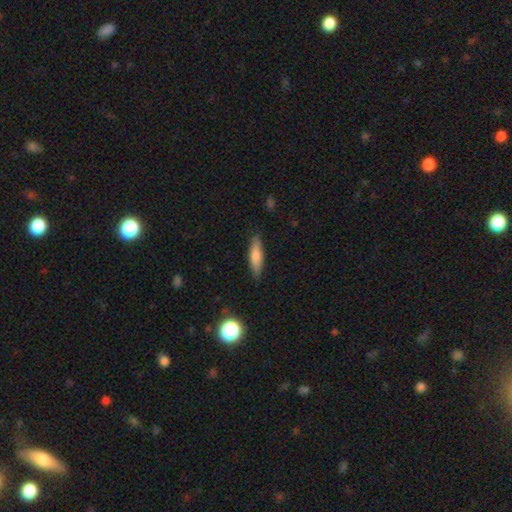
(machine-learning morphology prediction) The model was most divided on "how rounded": cigar-shaped: 72%, in between: 25%, round: 2%. More confident: merging — none (87%); smooth or featured — smooth (71%).